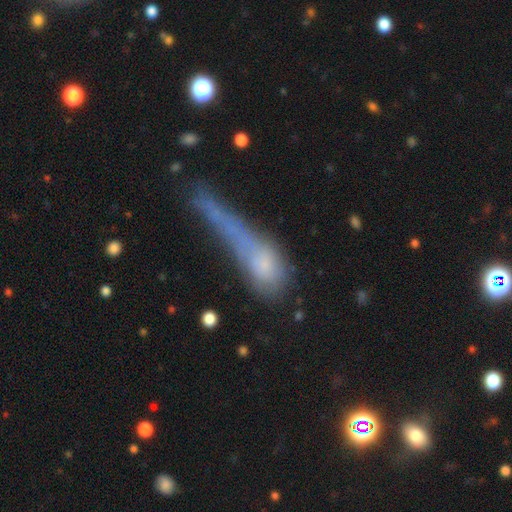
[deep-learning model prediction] smooth_or_featured: smooth (p=0.52) [alt: featured or disk p=0.30]
how_rounded: cigar-shaped (p=0.64) [alt: in between p=0.23]
merging: major disturbance (p=0.33) [alt: none p=0.26]